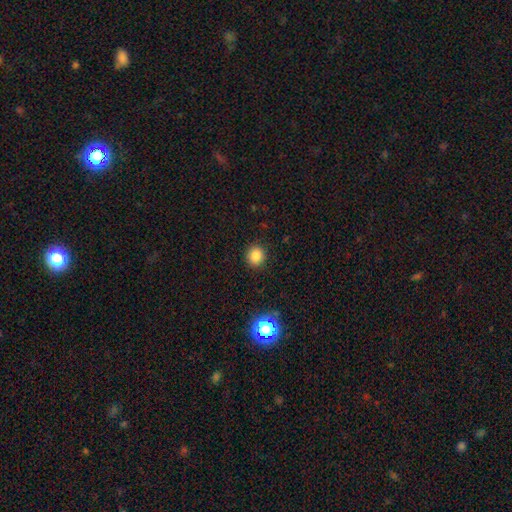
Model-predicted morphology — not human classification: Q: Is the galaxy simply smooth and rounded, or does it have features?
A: smooth — 84%.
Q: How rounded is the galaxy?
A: round — 82%.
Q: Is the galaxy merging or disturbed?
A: none — 90%.